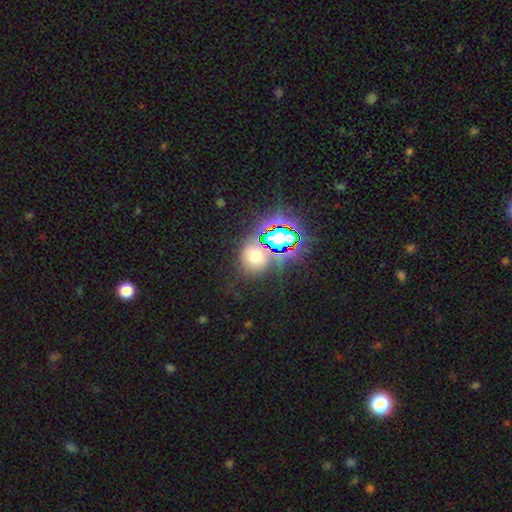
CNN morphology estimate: smooth-or-featured: smooth: 47% | star or artifact: 41% | featured or disk: 12%
  merging: none: 65% | minor disturbance: 14% | merger: 11% | major disturbance: 10%